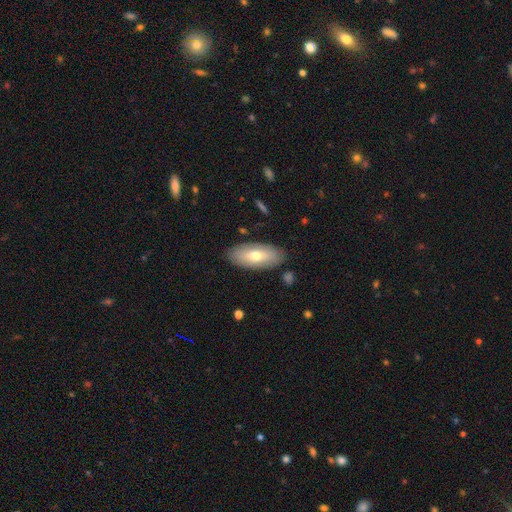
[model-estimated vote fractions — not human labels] Smooth or featured? Predicted: smooth (p=0.64). How rounded? Predicted: in between (p=0.88). Merging? Predicted: none (p=0.84).